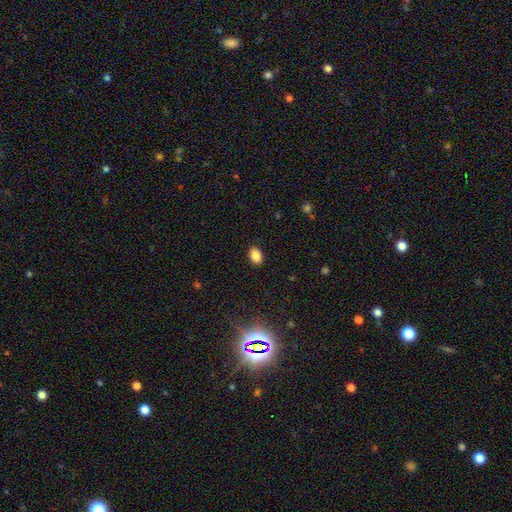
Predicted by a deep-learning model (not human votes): Morphology: type=smooth (85%); roundness=in between (85%); merging=none (89%).